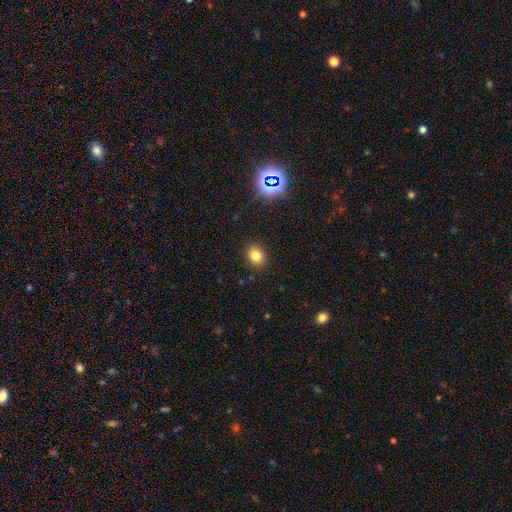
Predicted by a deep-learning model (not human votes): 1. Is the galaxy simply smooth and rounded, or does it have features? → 79% smooth, 14% star or artifact, 7% featured or disk.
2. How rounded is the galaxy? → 62% round, 37% in between, 1% cigar-shaped.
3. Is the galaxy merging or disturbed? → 90% none, 6% minor disturbance, 2% major disturbance, 1% merger.